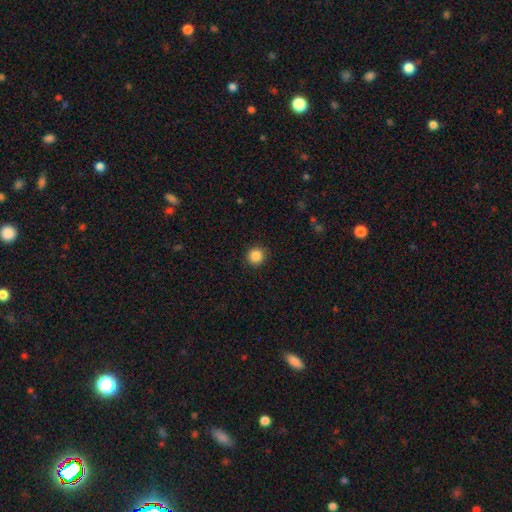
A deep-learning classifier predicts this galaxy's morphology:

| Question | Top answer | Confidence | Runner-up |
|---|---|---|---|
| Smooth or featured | smooth | 87% | star or artifact (10%) |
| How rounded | round | 94% | in between (5%) |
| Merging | none | 92% | minor disturbance (5%) |